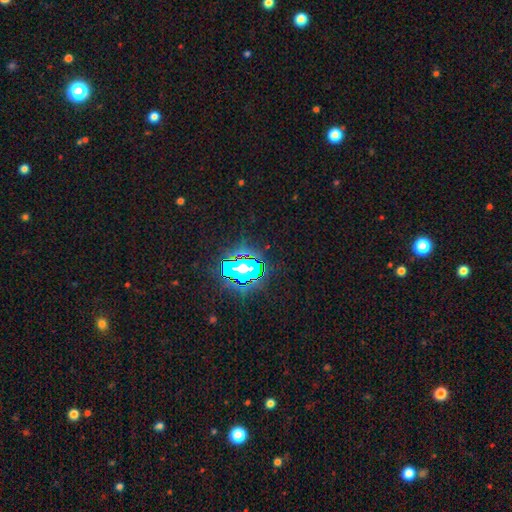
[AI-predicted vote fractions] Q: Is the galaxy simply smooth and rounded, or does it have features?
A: star or artifact — 84%.